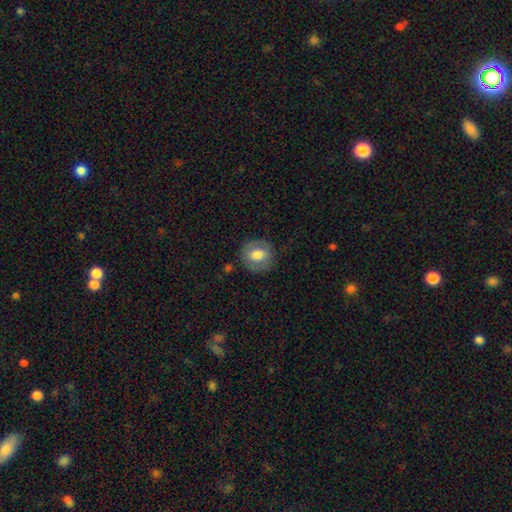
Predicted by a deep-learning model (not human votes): A smooth galaxy with no disk features (65%) that is round (77%). Merging: none (82%).